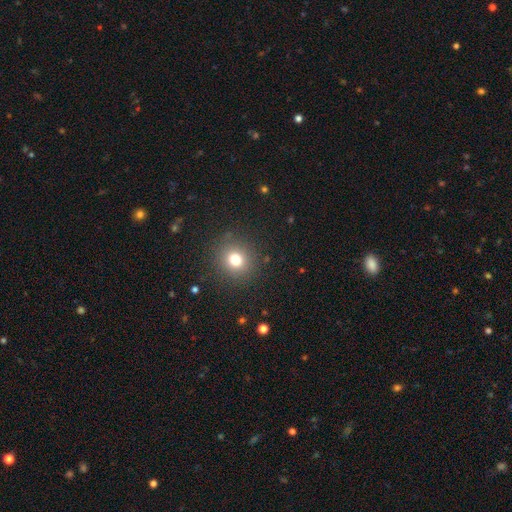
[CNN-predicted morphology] Smooth or featured?
  - smooth: 65% *
  - star or artifact: 29%
  - featured or disk: 6%
How rounded?
  - round: 94% *
  - in between: 5%
  - cigar-shaped: 1%
Merging?
  - none: 92% *
  - minor disturbance: 5%
  - major disturbance: 2%
  - merger: 1%